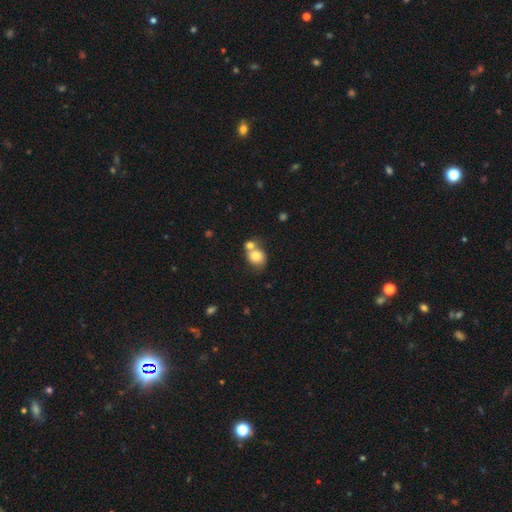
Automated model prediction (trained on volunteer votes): Smooth or featured: smooth — 78% (featured or disk — 13%)
How rounded: round — 63% (in between — 36%)
Merging: merger — 46% (none — 38%)